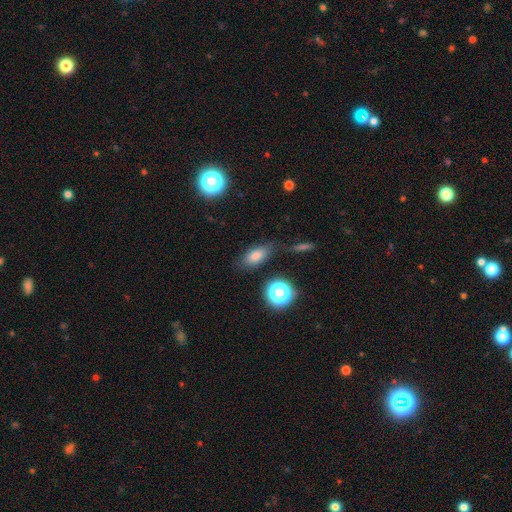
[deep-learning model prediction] Smooth or featured? smooth (76%)
How rounded? in between (77%)
Merging? none (75%)